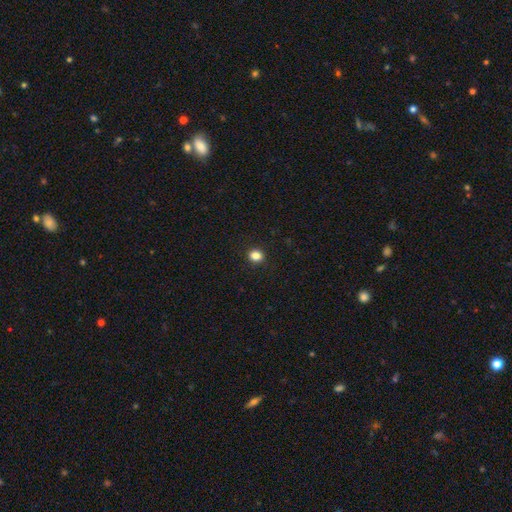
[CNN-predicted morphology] Smooth or featured? smooth (84%)
How rounded? round (78%)
Merging? none (92%)